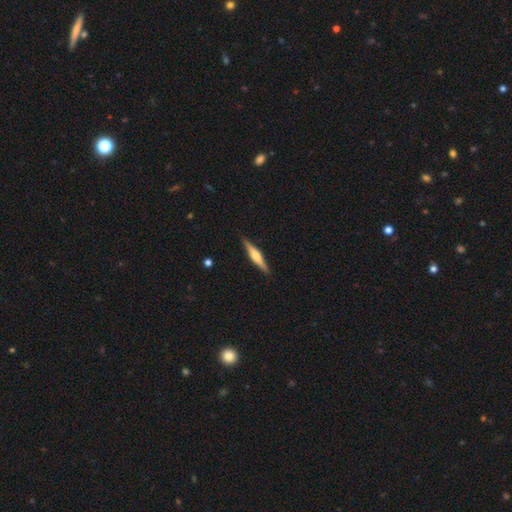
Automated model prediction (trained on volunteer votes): smooth_or_featured: featured or disk (p=0.62) [alt: smooth p=0.32]
disk_edge_on: yes (p=0.97) [alt: no p=0.03]
edge_on_bulge: rounded (p=0.86) [alt: boxy p=0.09]
merging: none (p=0.90) [alt: minor disturbance p=0.07]